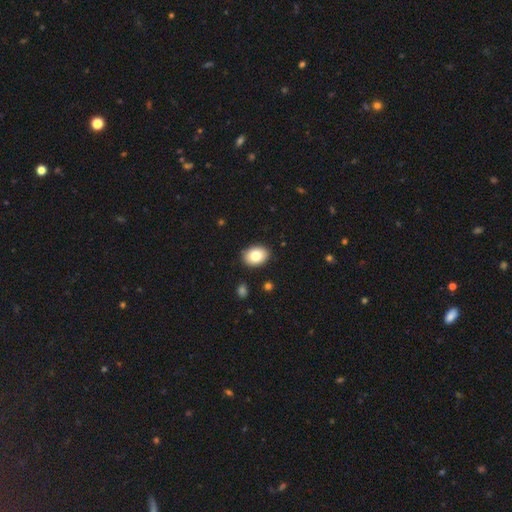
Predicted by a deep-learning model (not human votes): A smooth galaxy with no disk features (81%) that is in between round and cigar-shaped (71%). Merging: none (89%).